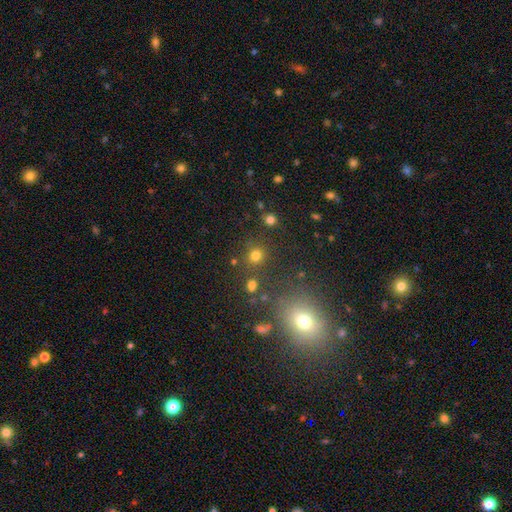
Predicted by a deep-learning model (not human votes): smooth 74%, star or artifact 20%, featured or disk 6%. Down the decision tree: how rounded — round (86%); merging — none (79%).